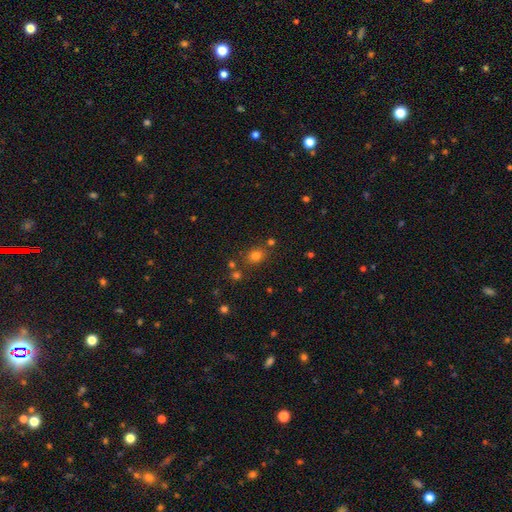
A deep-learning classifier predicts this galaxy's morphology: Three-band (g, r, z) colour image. It shows a smooth galaxy with no disk features (75%) that is round (60%). Merging: none (76%).